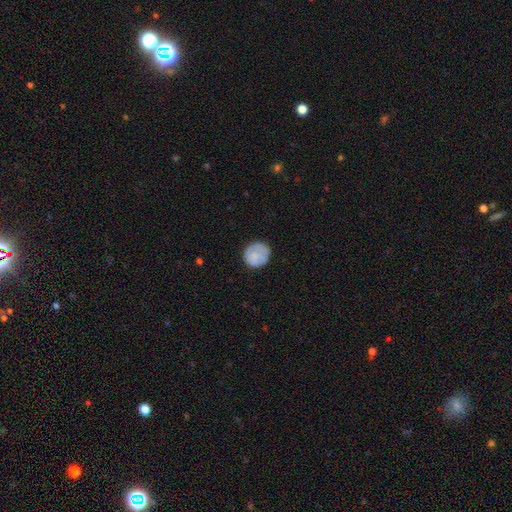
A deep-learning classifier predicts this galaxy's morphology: A smooth galaxy with no disk features (78%) that is round (90%). Merging: none (76%).